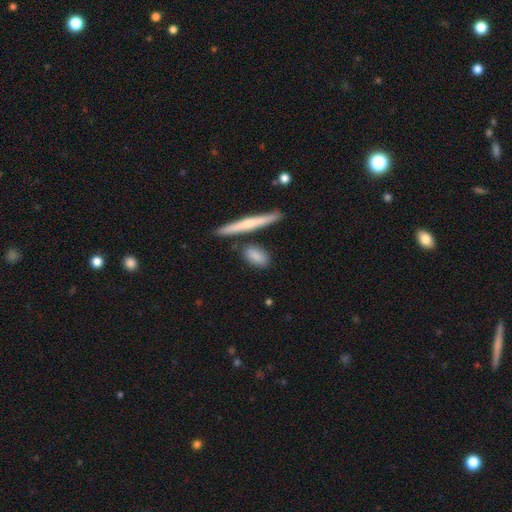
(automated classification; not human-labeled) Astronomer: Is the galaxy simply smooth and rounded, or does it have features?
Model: smooth — 81%.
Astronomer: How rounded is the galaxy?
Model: in between — 61%.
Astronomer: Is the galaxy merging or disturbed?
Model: none — 76%.